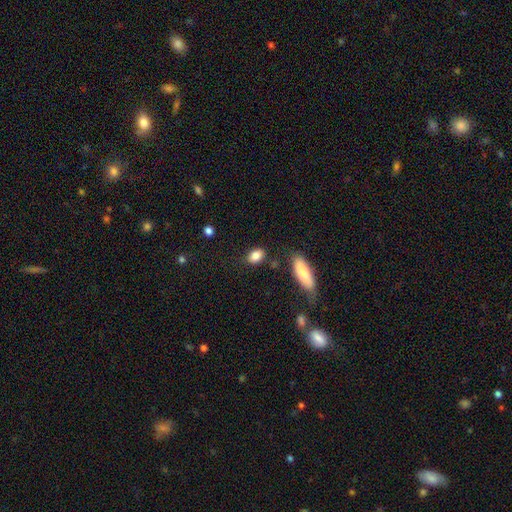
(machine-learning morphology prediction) Overall: smooth (85%). How rounded: in between (80%). Merging: none (79%).